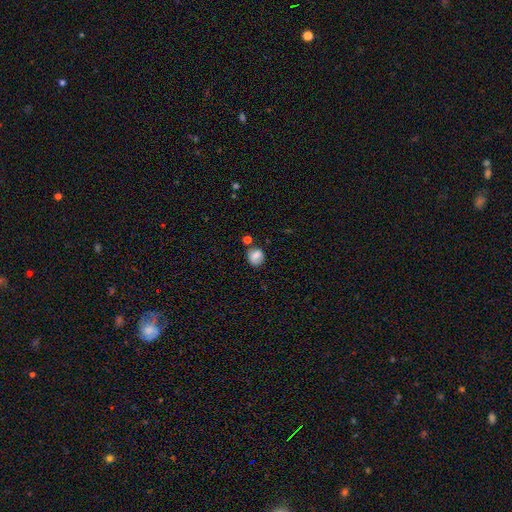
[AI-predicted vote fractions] smooth-or-featured: smooth: 78% | featured or disk: 12% | star or artifact: 10%
  how-rounded: round: 72% | in between: 27% | cigar-shaped: 1%
  merging: none: 68% | minor disturbance: 17% | merger: 10% | major disturbance: 5%